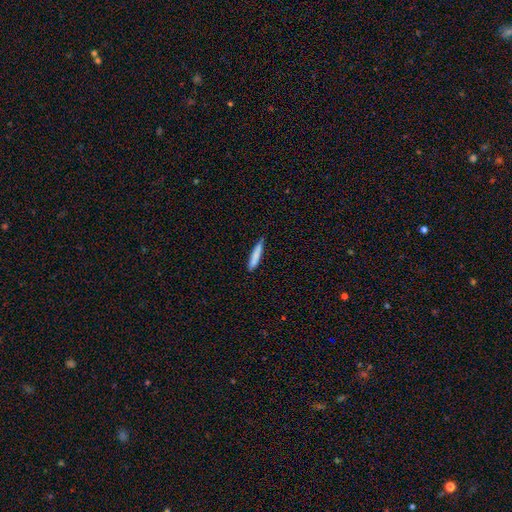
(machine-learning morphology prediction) This appears to be a smooth galaxy with no disk features (80%) that is cigar-shaped (91%). Merging: none (79%).